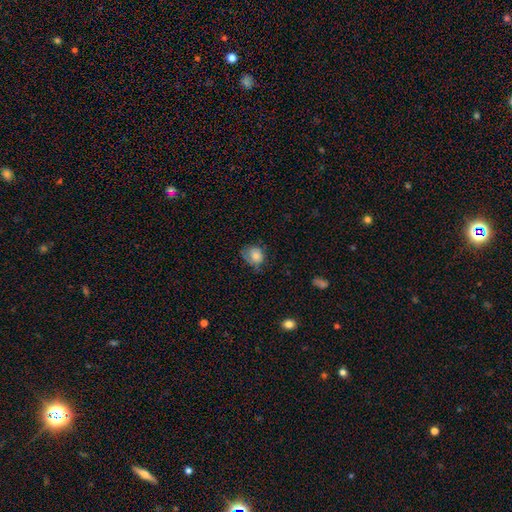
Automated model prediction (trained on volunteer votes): Smooth or featured?
  - smooth: 79% *
  - featured or disk: 12%
  - star or artifact: 9%
How rounded?
  - round: 60% *
  - in between: 39%
  - cigar-shaped: 1%
Merging?
  - none: 51% *
  - minor disturbance: 33%
  - major disturbance: 14%
  - merger: 2%